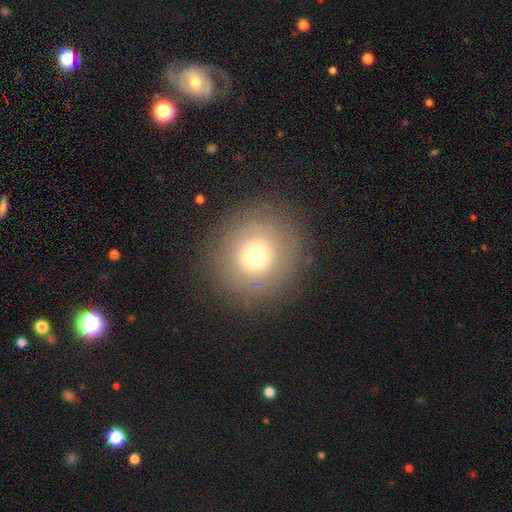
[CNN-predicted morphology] Smooth or featured: smooth — 66% (featured or disk — 19%)
How rounded: round — 92% (in between — 7%)
Merging: none — 86% (minor disturbance — 8%)